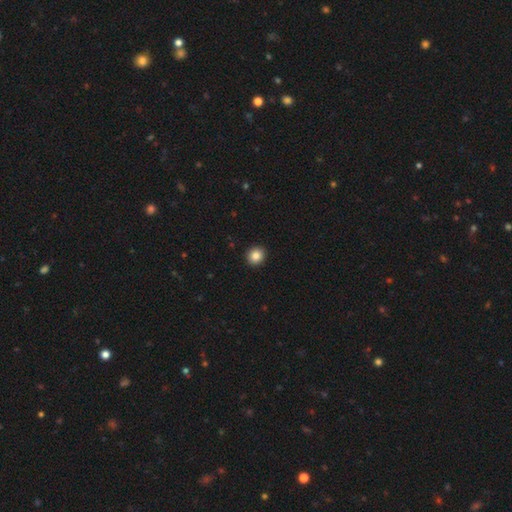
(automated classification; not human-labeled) Overall: smooth (85%). How rounded: round (86%). Merging: none (93%).